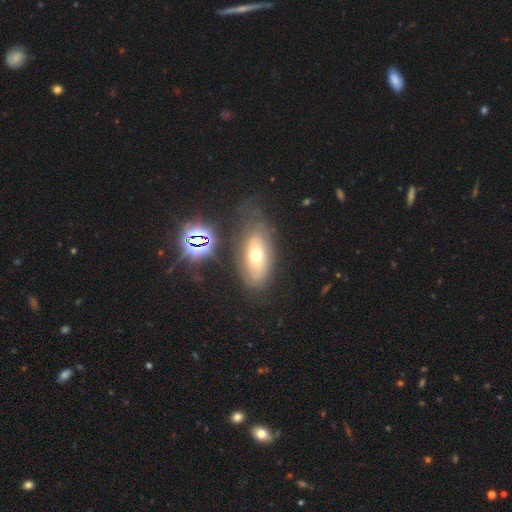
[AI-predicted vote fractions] Smooth or featured?
  - featured or disk: 44% *
  - smooth: 42%
  - star or artifact: 14%
Merging?
  - none: 58% *
  - minor disturbance: 23%
  - major disturbance: 15%
  - merger: 3%